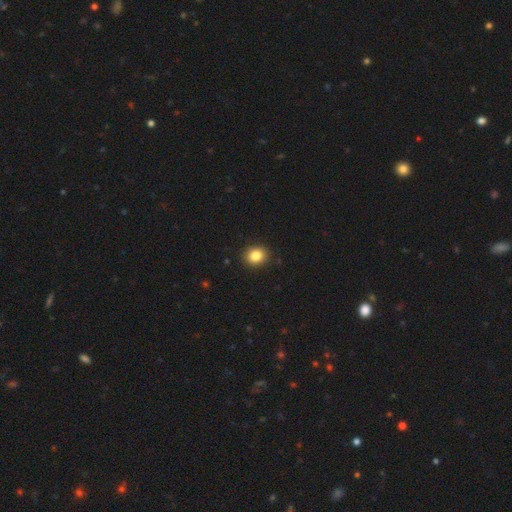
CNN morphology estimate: Smooth or featured: smooth — 85% (star or artifact — 10%)
How rounded: round — 68% (in between — 31%)
Merging: none — 91% (minor disturbance — 6%)